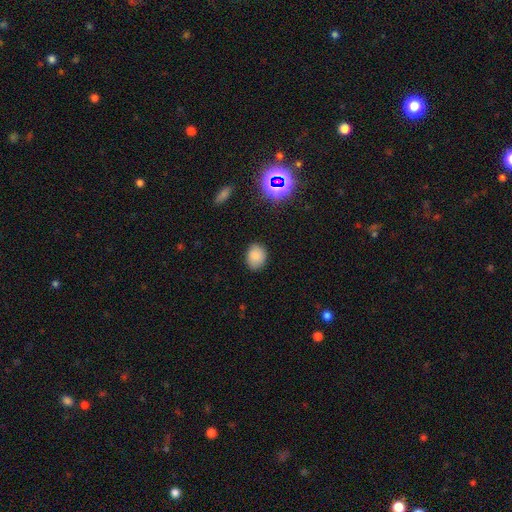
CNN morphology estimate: smooth_or_featured: smooth (p=0.83) [alt: star or artifact p=0.12]
how_rounded: in between (p=0.56) [alt: round p=0.43]
merging: none (p=0.84) [alt: minor disturbance p=0.12]